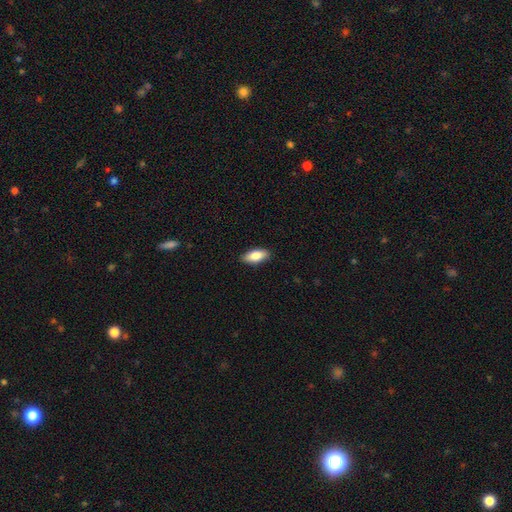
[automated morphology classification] Smooth or featured: smooth — 84% (featured or disk — 10%)
How rounded: in between — 86% (cigar-shaped — 12%)
Merging: none — 88% (minor disturbance — 9%)